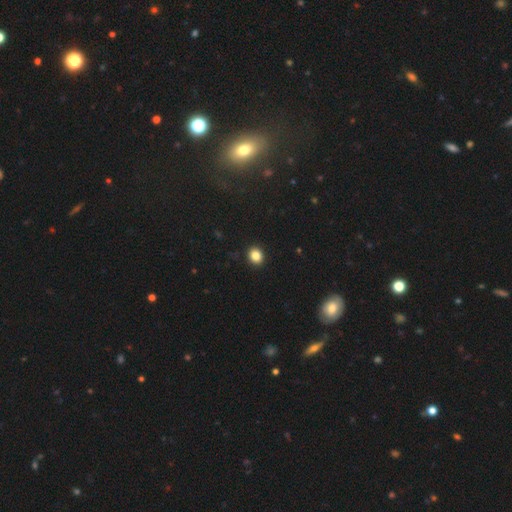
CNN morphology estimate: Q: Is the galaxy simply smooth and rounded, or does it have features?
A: smooth — 85%.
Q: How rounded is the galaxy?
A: round — 62%.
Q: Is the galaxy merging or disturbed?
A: none — 92%.